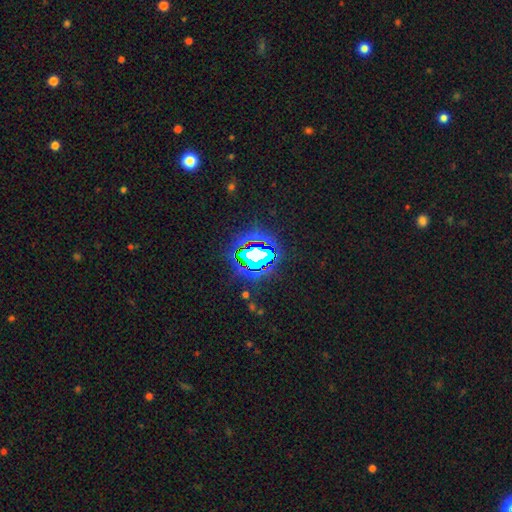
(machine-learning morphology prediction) Smooth or featured?
  - star or artifact: 72% *
  - smooth: 15%
  - featured or disk: 13%